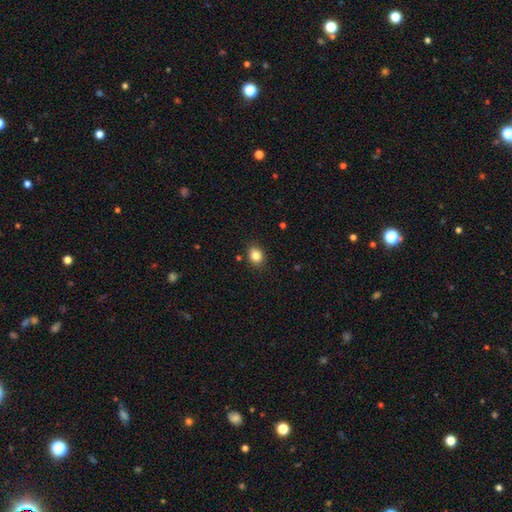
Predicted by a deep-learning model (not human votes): Smooth or featured? Predicted: smooth (p=0.84). How rounded? Predicted: round (p=0.55). Merging? Predicted: none (p=0.86).